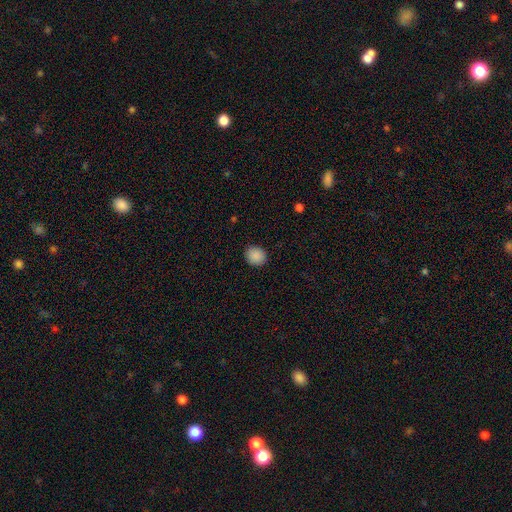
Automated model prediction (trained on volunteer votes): A smooth galaxy with no disk features (89%) that is round (76%).

Vote fractions:
- Smooth or featured? smooth: 89% / star or artifact: 9% / featured or disk: 3%
- How rounded? round: 76% / in between: 23% / cigar-shaped: 1%
- Merging? none: 90% / minor disturbance: 7% / major disturbance: 2% / merger: 1%